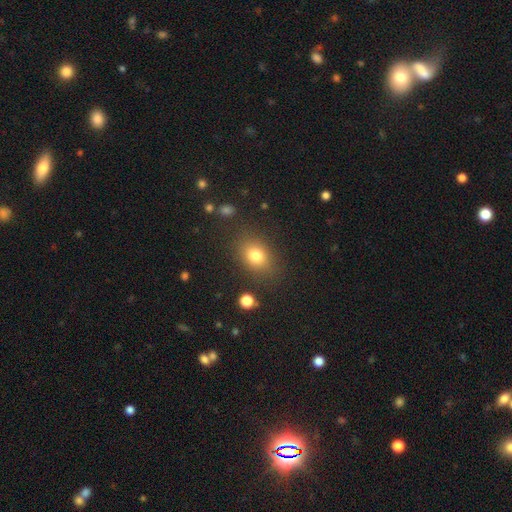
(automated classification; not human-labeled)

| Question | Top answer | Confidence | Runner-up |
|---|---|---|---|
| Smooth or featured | smooth | 78% | star or artifact (12%) |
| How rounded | in between | 65% | round (33%) |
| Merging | none | 80% | minor disturbance (12%) |